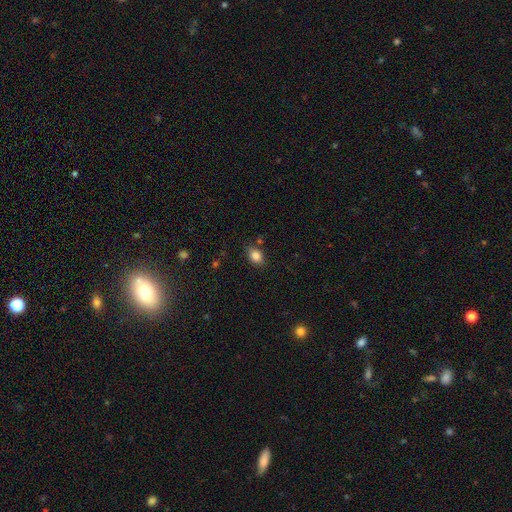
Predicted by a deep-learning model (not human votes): The model was most divided on "how rounded": in between: 73%, round: 26%, cigar-shaped: 1%. More confident: smooth or featured — smooth (84%); merging — none (80%).